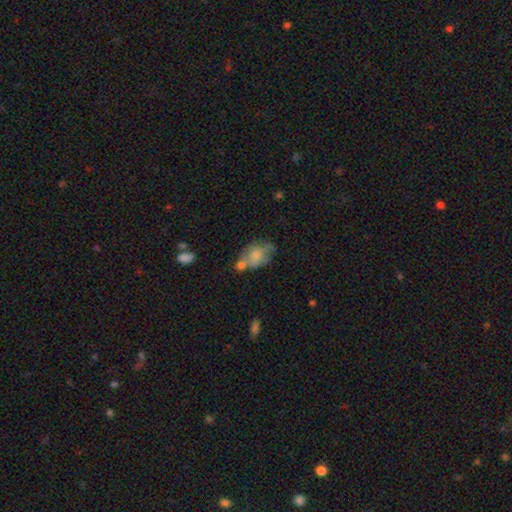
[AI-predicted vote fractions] This is possibly a smooth galaxy (55%). How rounded: clearly in between (81%). Merging: marginally none (30%).